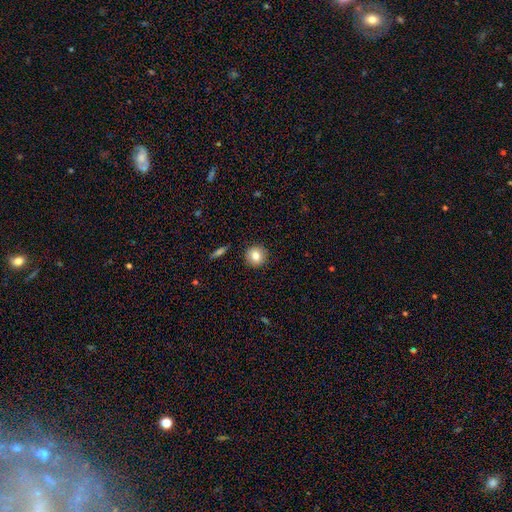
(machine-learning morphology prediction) smooth-or-featured: smooth: 82% | featured or disk: 10% | star or artifact: 9%
  how-rounded: round: 93% | in between: 6% | cigar-shaped: 1%
  merging: none: 91% | minor disturbance: 6% | major disturbance: 2% | merger: 1%